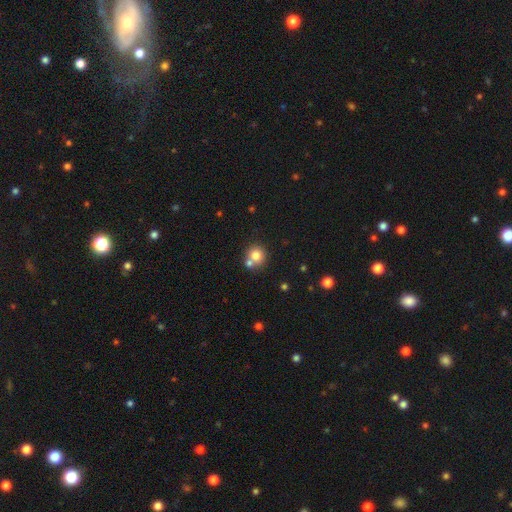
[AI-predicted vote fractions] Overall: smooth (78%). How rounded: round (90%). Merging: none (58%; merger 31%).